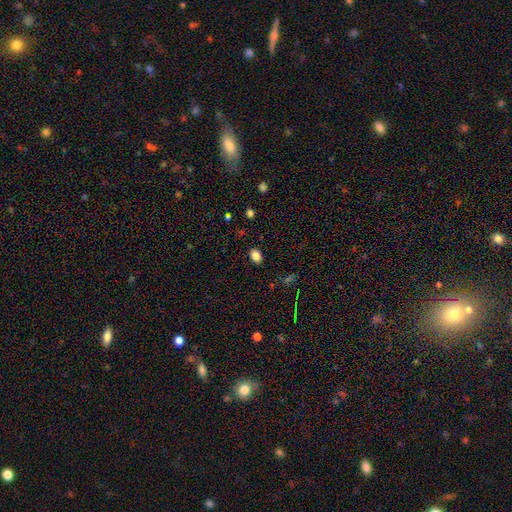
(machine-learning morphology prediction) The model was most divided on "how rounded": in between: 76%, round: 23%, cigar-shaped: 1%. More confident: merging — none (87%); smooth or featured — smooth (84%).